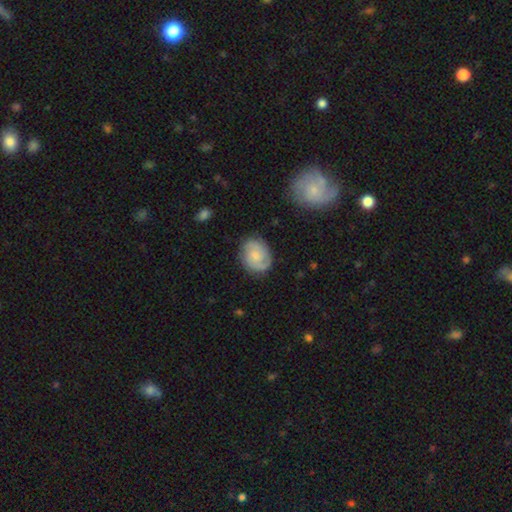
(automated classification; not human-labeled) A featured or disk galaxy (64%) with no bar (61%), 2 (64%) tight (51%) spiral arms (93%) and a small central bulge (46%). Merging: none (78%).